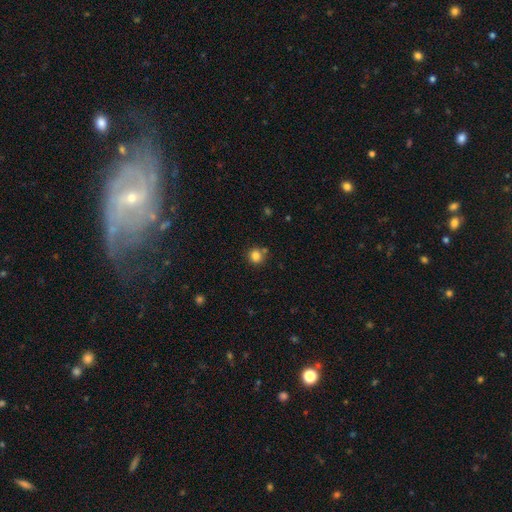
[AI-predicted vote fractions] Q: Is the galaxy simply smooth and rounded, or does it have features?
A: smooth — 83%.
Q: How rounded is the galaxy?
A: round — 88%.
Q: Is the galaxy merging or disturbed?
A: none — 74%.